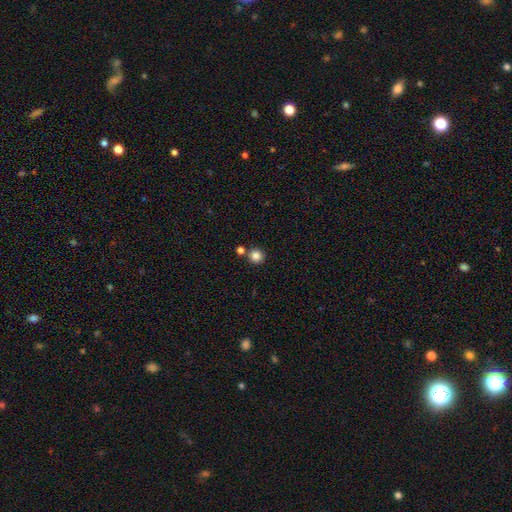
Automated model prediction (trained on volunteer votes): Smooth or featured: smooth — 84% (star or artifact — 11%)
How rounded: round — 93% (in between — 6%)
Merging: none — 78% (merger — 13%)